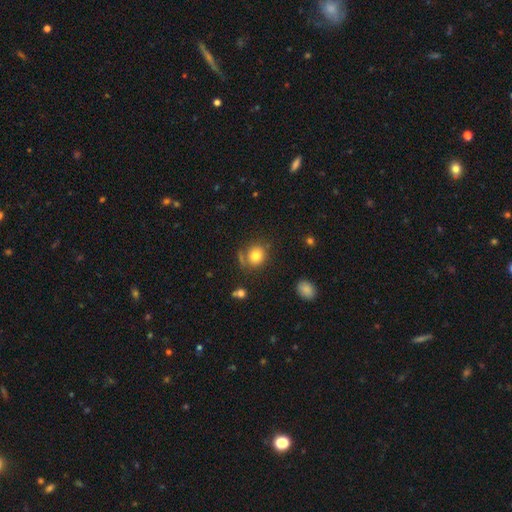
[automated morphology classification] Smooth or featured? smooth (79%)
How rounded? round (75%)
Merging? none (70%)